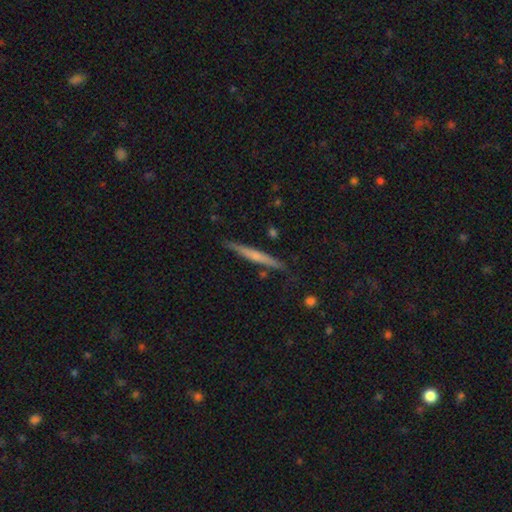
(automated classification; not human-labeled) featured or disk 48%, smooth 46%, star or artifact 6%. Down the decision tree: merging — none (85%).